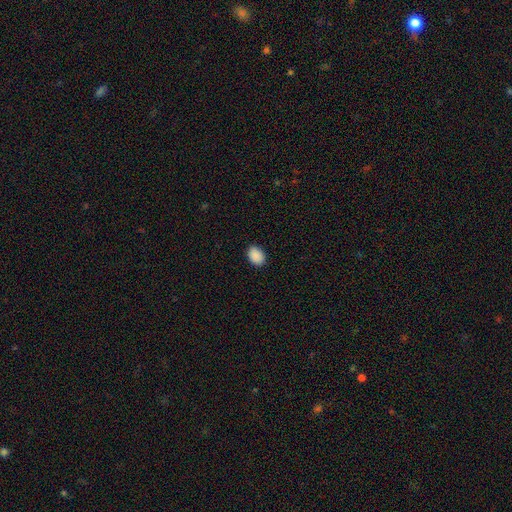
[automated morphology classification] This is clearly a smooth galaxy (90%). How rounded: likely in between (78%). Merging: clearly none (88%).